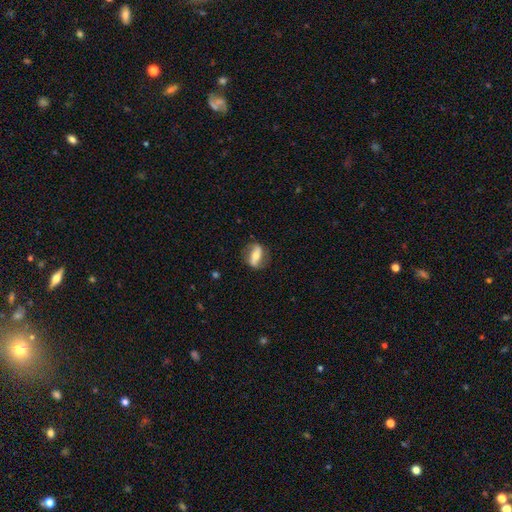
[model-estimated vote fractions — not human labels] This is likely a featured or disk galaxy (61%). It is likely not viewed edge-on (79%). Merging: likely none (78%).